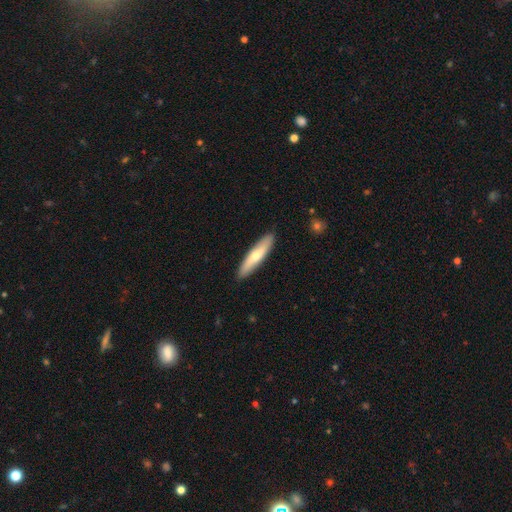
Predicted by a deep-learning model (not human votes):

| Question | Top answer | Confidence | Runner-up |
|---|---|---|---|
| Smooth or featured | smooth | 56% | featured or disk (40%) |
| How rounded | cigar-shaped | 83% | in between (15%) |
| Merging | none | 90% | minor disturbance (8%) |